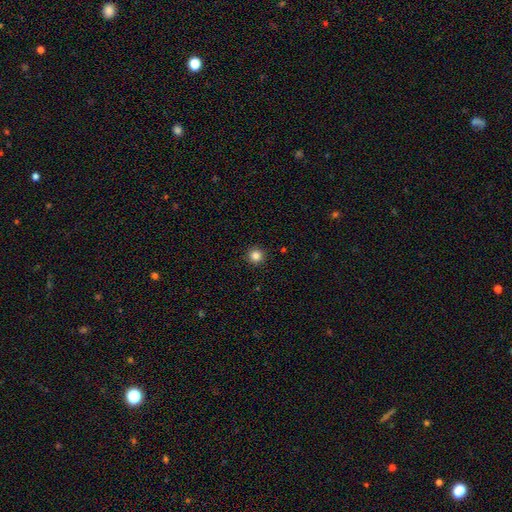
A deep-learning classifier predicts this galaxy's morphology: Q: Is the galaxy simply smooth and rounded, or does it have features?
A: smooth — 84%.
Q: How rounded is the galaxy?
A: round — 96%.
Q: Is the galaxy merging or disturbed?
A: none — 93%.